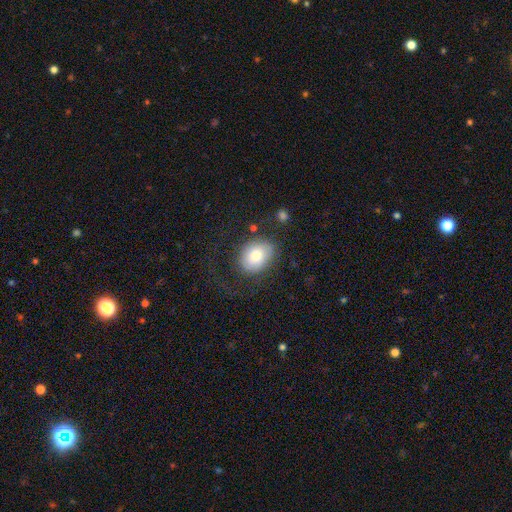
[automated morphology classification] A smooth galaxy with no disk features (73%) that is in between round and cigar-shaped (63%).

Vote fractions:
- Smooth or featured? smooth: 73% / featured or disk: 19% / star or artifact: 7%
- How rounded? in between: 63% / round: 36% / cigar-shaped: 1%
- Merging? none: 66% / minor disturbance: 17% / major disturbance: 15% / merger: 2%